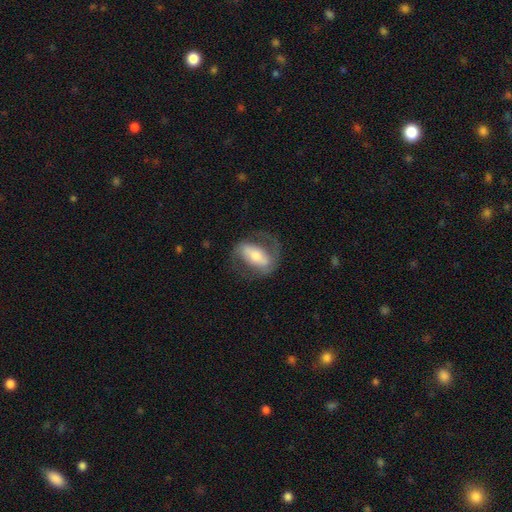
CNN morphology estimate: type=featured or disk (67%); edge-on=no (91%); bar=strong (57%); spiral arms=yes (77%); bulge=moderate (51%); merging=none (64%).